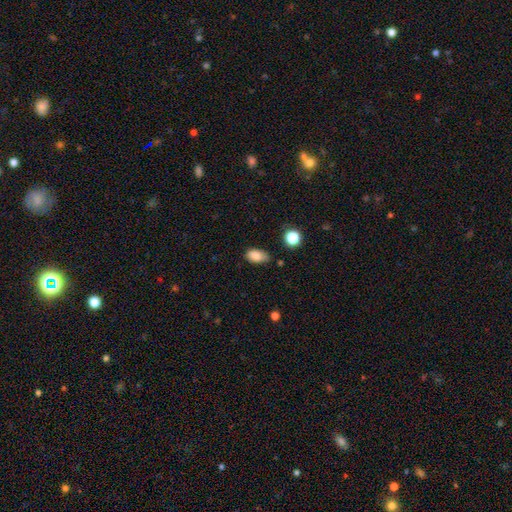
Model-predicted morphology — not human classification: This appears to be a smooth galaxy with no disk features (85%) that is in between round and cigar-shaped (90%). Merging: none (63%).